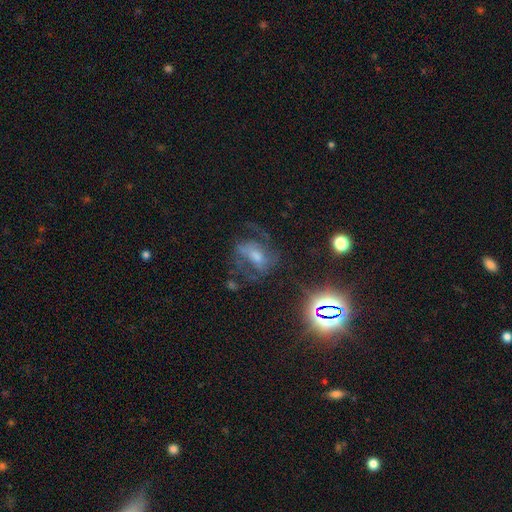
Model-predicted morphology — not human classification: The model was most divided on "bar": no: 42%, weak: 36%, strong: 22%. Remaining: edge-on disk — no (95%); spiral arms — yes (75%); smooth or featured — featured or disk (57%); merging — none (47%); bulge size — moderate (45%).